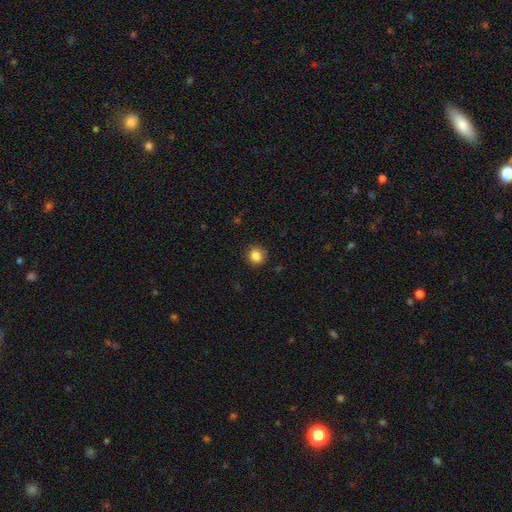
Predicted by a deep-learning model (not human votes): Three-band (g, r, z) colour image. It shows a smooth galaxy with no disk features (86%) that is round (88%). Merging: none (85%).